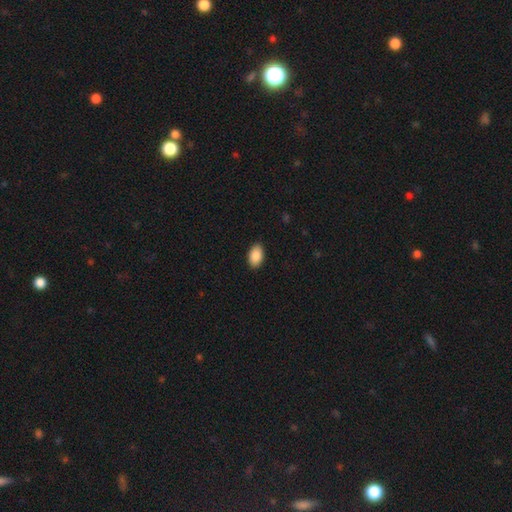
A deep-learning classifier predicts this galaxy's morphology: Smooth or featured: smooth — 89% (star or artifact — 7%)
How rounded: in between — 92% (round — 6%)
Merging: none — 89% (minor disturbance — 8%)